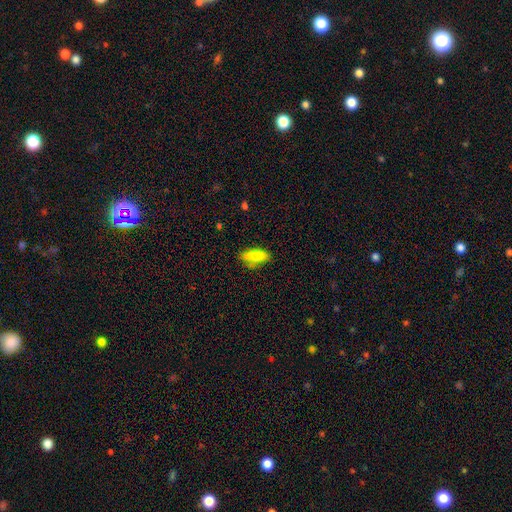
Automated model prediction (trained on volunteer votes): Smooth or featured: smooth — 81% (featured or disk — 12%)
How rounded: in between — 71% (cigar-shaped — 26%)
Merging: none — 69% (minor disturbance — 22%)